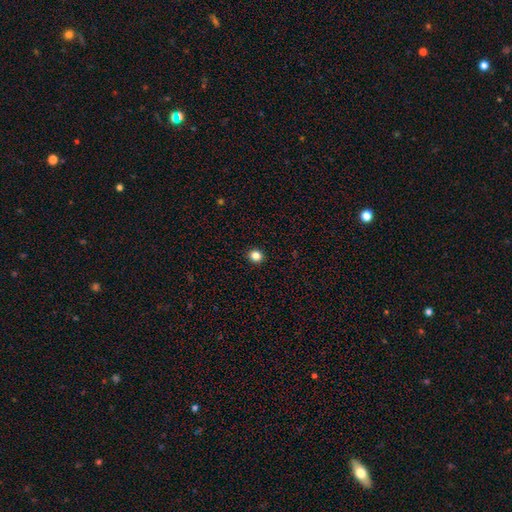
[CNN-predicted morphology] smooth 84%, star or artifact 12%, featured or disk 4%. Down the decision tree: how rounded — round (88%); merging — none (93%).